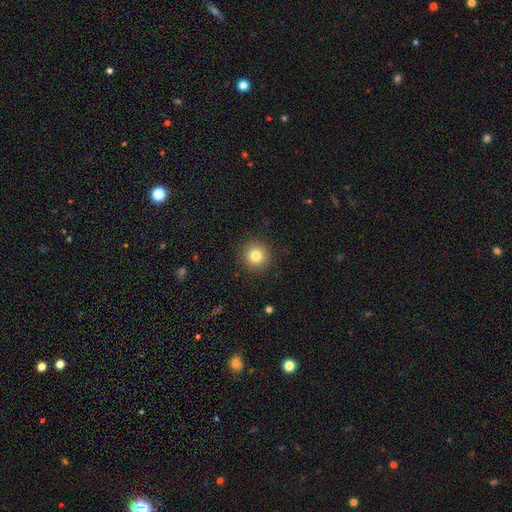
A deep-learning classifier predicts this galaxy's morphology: A smooth galaxy with no disk features (82%) that is round (95%).

Vote fractions:
- Smooth or featured? smooth: 82% / star or artifact: 11% / featured or disk: 7%
- How rounded? round: 95% / in between: 4% / cigar-shaped: 1%
- Merging? none: 91% / minor disturbance: 5% / major disturbance: 2% / merger: 1%